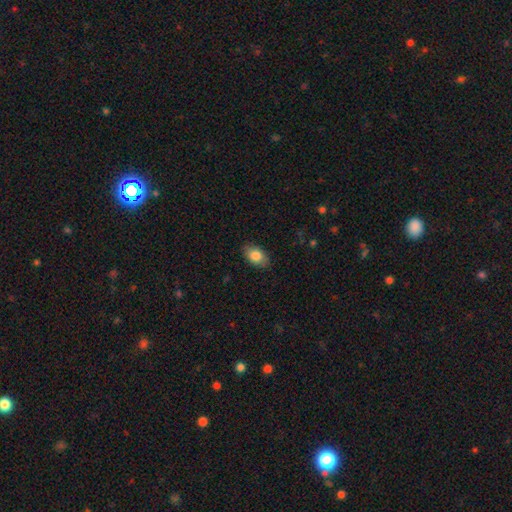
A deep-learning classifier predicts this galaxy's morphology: The model was most divided on "merging": none: 85%, minor disturbance: 12%, major disturbance: 3%, merger: 1%. More confident: how rounded — in between (87%); smooth or featured — smooth (83%).